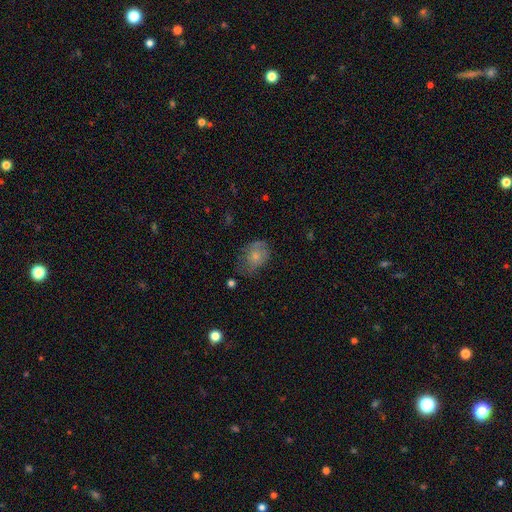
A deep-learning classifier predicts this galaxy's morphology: type=smooth (65%); roundness=in between (62%); merging=none (47%).